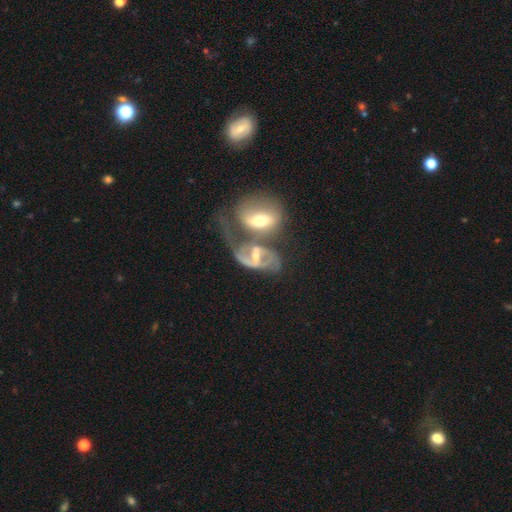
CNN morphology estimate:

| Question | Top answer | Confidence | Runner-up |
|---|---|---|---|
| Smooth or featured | featured or disk | 82% | smooth (12%) |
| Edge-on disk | no | 95% | yes (5%) |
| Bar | weak | 42% | strong (38%) |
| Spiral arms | yes | 90% | no (10%) |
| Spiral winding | medium | 45% | loose (36%) |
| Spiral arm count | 2 | 80% | 1 (8%) |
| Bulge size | moderate | 52% | small (39%) |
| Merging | merger | 56% | none (21%) |